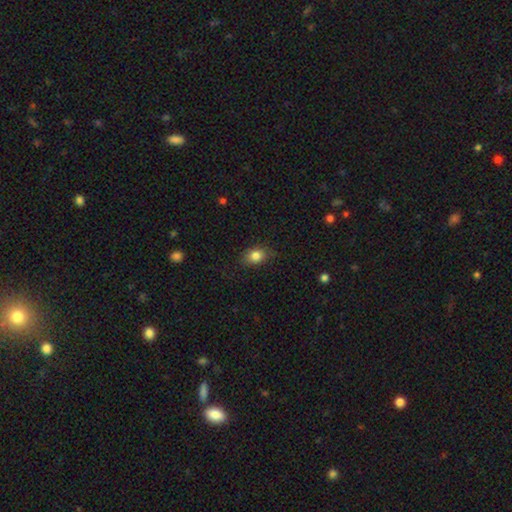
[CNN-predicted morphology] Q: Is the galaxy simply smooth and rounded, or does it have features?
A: smooth — 83%.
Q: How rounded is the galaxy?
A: in between — 67%.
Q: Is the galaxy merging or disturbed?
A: none — 77%.